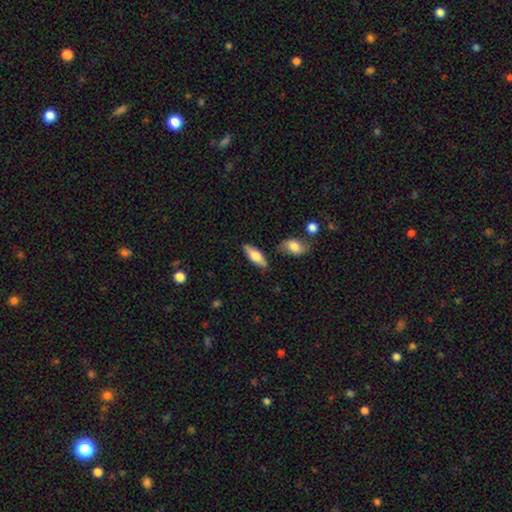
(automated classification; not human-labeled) Morphology: type=smooth (58%); roundness=in between (61%); merging=none (80%).